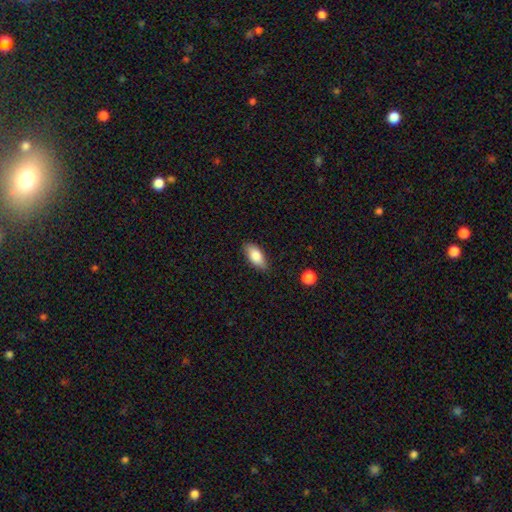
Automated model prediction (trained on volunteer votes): Q: Smooth or featured?
A: smooth (83%); runner-up: featured or disk (11%)
Q: How rounded?
A: in between (88%); runner-up: cigar-shaped (9%)
Q: Merging?
A: none (83%); runner-up: minor disturbance (13%)